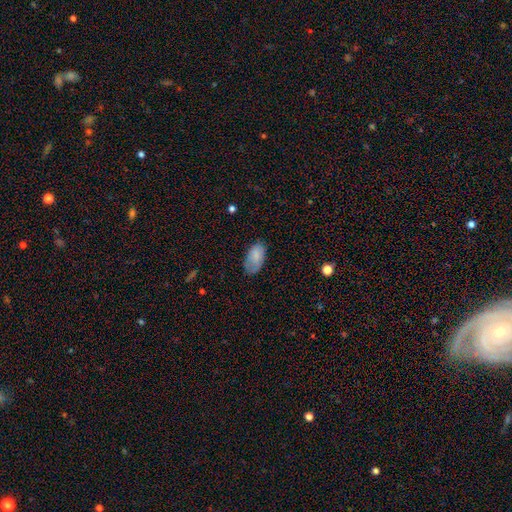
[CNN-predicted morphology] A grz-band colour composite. It shows a smooth galaxy with no disk features (82%) that is in between round and cigar-shaped (94%). Merging: none (66%).